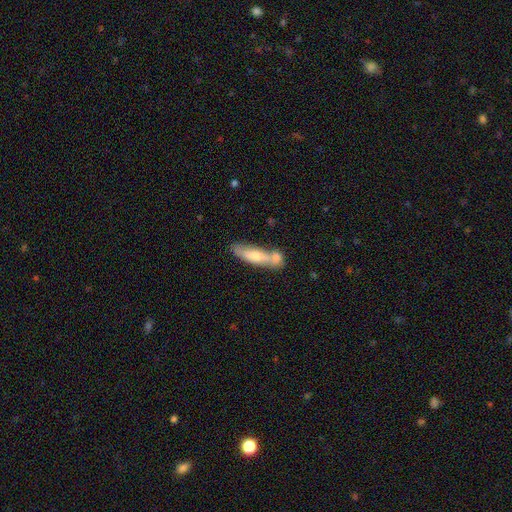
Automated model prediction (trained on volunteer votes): Q: Smooth or featured?
A: smooth (59%); runner-up: featured or disk (35%)
Q: How rounded?
A: cigar-shaped (67%); runner-up: in between (31%)
Q: Merging?
A: none (40%); tied with: merger (40%)